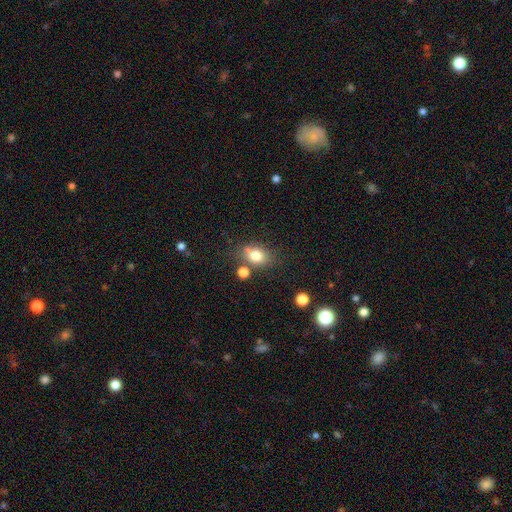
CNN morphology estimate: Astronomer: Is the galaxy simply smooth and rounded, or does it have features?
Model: smooth — 78%.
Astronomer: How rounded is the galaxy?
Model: in between — 64%.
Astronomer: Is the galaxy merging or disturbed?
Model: none — 62%.